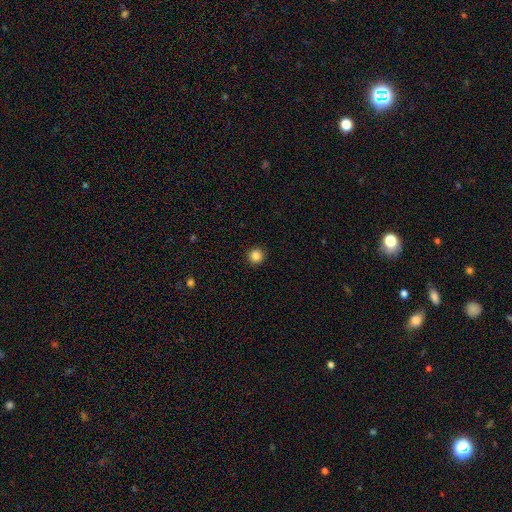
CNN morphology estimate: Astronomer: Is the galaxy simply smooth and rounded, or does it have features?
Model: smooth — 86%.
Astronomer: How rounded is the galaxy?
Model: round — 96%.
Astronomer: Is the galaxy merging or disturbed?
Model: none — 93%.